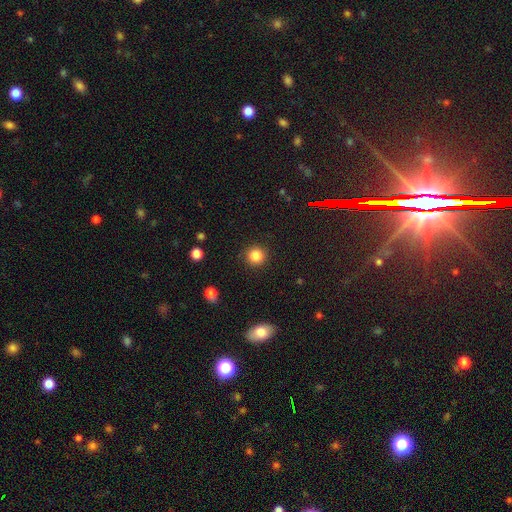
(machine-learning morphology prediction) smooth_or_featured: smooth (p=0.85) [alt: star or artifact p=0.11]
how_rounded: round (p=0.94) [alt: in between p=0.05]
merging: none (p=0.91) [alt: minor disturbance p=0.06]